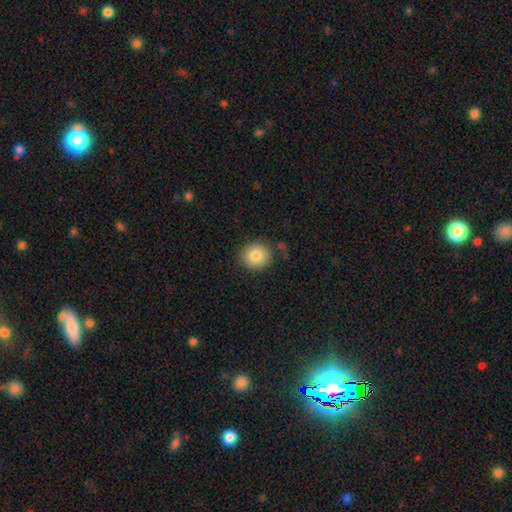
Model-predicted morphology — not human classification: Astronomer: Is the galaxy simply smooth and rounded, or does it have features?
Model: smooth — 84%.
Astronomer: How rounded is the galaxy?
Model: round — 90%.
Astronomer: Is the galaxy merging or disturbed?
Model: none — 81%.